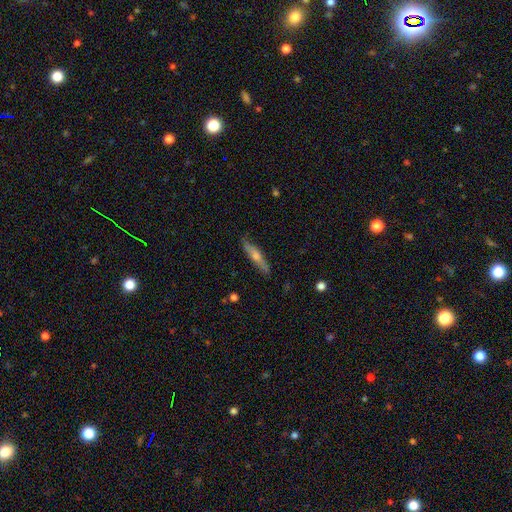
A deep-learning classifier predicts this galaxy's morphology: smooth_or_featured: smooth (p=0.48) [alt: featured or disk p=0.46]
merging: none (p=0.83) [alt: minor disturbance p=0.13]